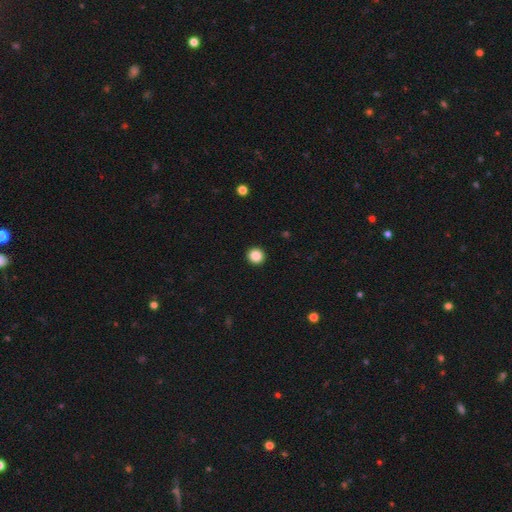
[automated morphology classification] The model was most divided on "smooth or featured": smooth: 88%, star or artifact: 10%, featured or disk: 3%. More confident: how rounded — round (94%); merging — none (93%).